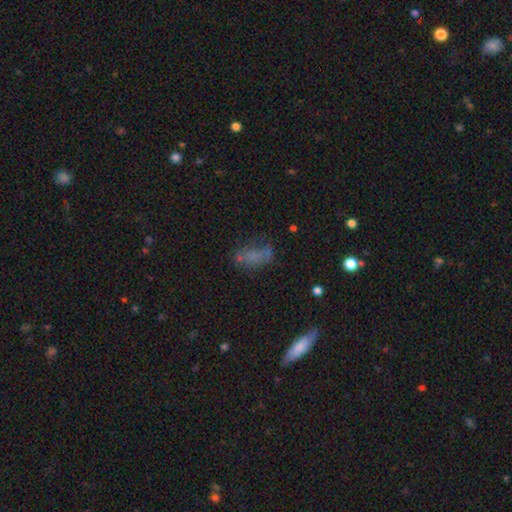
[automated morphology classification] Q: Smooth or featured?
A: smooth (56%); runner-up: featured or disk (27%)
Q: How rounded?
A: in between (80%); runner-up: cigar-shaped (13%)
Q: Merging?
A: none (45%); runner-up: minor disturbance (24%)